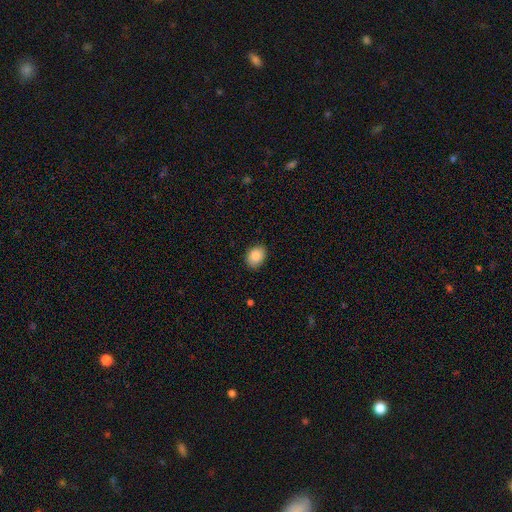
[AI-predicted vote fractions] A smooth galaxy with no disk features (86%) that is in between round and cigar-shaped (62%).

Vote fractions:
- Smooth or featured? smooth: 86% / star or artifact: 8% / featured or disk: 6%
- How rounded? in between: 62% / round: 37% / cigar-shaped: 1%
- Merging? none: 85% / minor disturbance: 11% / major disturbance: 2% / merger: 1%